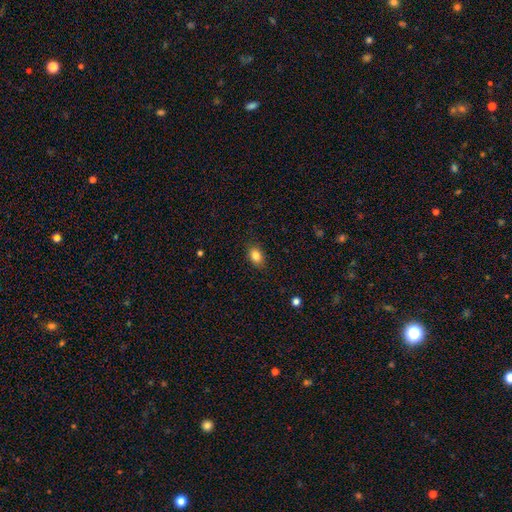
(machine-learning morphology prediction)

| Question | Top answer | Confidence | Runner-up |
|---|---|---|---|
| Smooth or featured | smooth | 85% | star or artifact (9%) |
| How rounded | in between | 75% | round (23%) |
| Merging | none | 86% | minor disturbance (10%) |